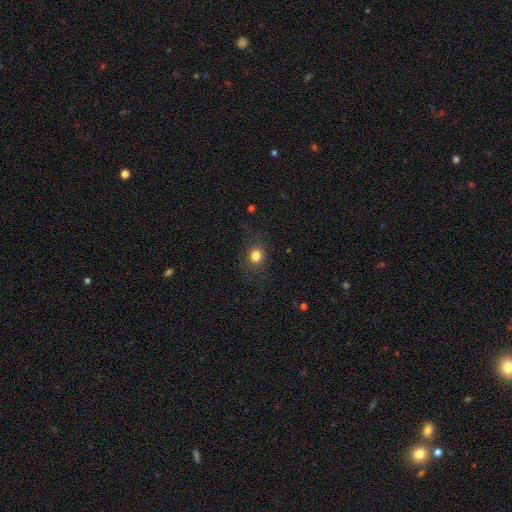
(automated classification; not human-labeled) Smooth or featured? Predicted: smooth (p=0.79). How rounded? Predicted: round (p=0.62). Merging? Predicted: none (p=0.77).